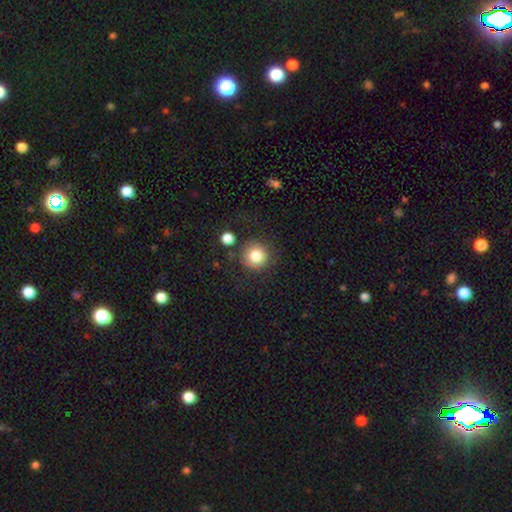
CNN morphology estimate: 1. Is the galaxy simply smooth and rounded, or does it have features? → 82% smooth, 10% star or artifact, 9% featured or disk.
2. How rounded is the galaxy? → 93% round, 6% in between, 1% cigar-shaped.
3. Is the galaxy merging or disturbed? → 79% none, 11% minor disturbance, 6% merger, 5% major disturbance.